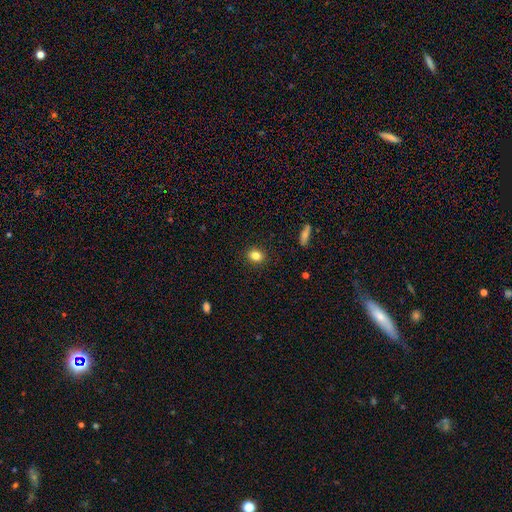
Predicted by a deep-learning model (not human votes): smooth_or_featured: smooth (p=0.83) [alt: star or artifact p=0.10]
how_rounded: round (p=0.55) [alt: in between p=0.43]
merging: none (p=0.90) [alt: minor disturbance p=0.07]